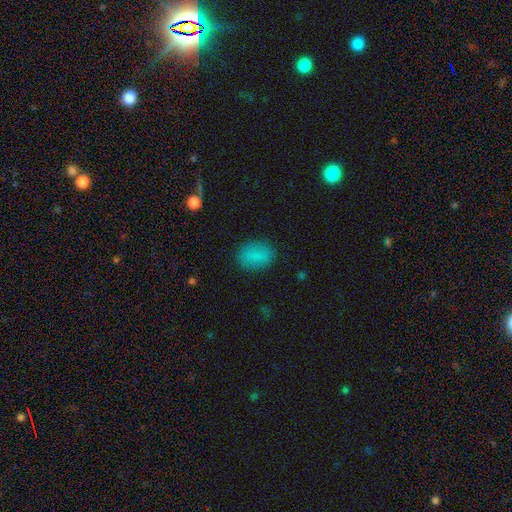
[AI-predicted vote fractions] Smooth or featured? smooth (82%)
How rounded? in between (71%)
Merging? none (85%)